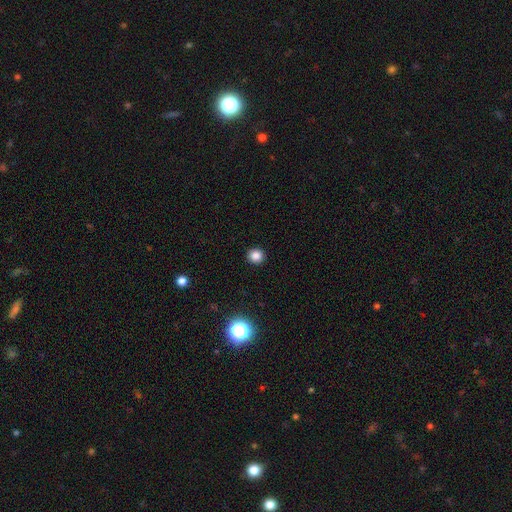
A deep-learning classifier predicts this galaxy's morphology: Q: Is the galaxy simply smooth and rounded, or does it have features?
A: smooth — 84%.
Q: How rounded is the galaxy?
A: round — 92%.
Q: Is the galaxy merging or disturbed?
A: none — 93%.